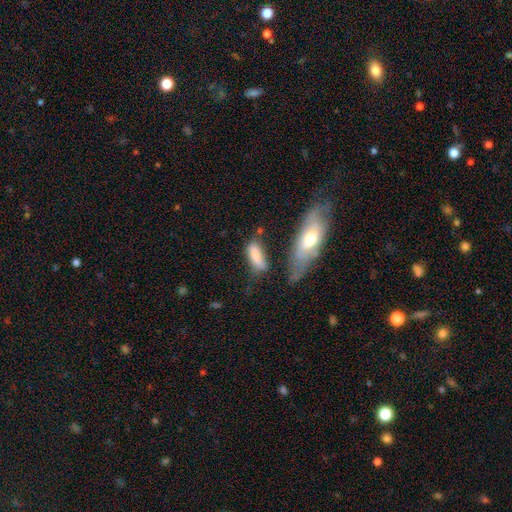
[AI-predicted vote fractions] Overall: smooth (76%). How rounded: in between (66%; cigar-shaped 31%). Merging: none (42%; minor disturbance 27%).